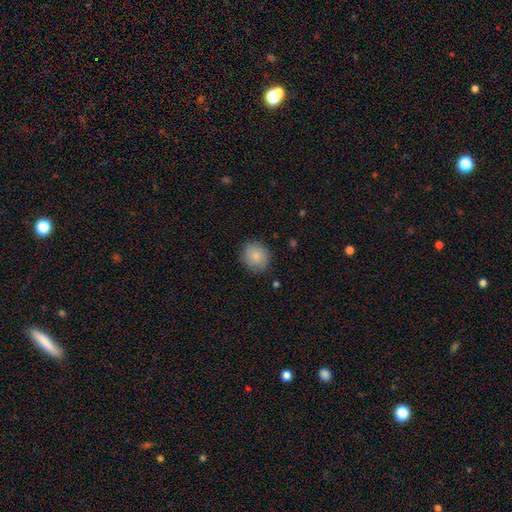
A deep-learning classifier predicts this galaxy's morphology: Smooth or featured?
  - smooth: 83% *
  - featured or disk: 9%
  - star or artifact: 8%
How rounded?
  - round: 84% *
  - in between: 15%
  - cigar-shaped: 1%
Merging?
  - none: 83% *
  - minor disturbance: 13%
  - major disturbance: 3%
  - merger: 1%